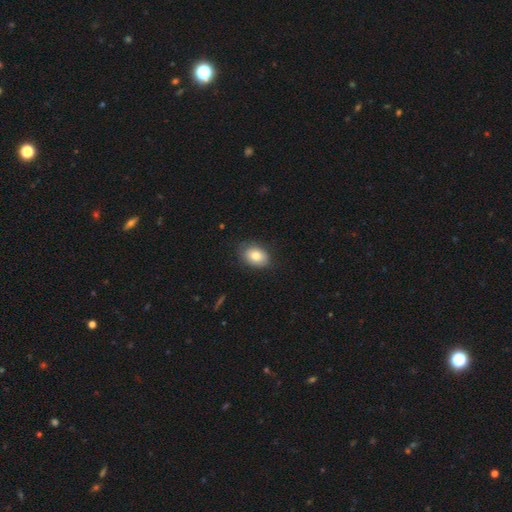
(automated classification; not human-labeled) Q: Smooth or featured?
A: smooth (81%); runner-up: featured or disk (12%)
Q: How rounded?
A: in between (74%); runner-up: round (25%)
Q: Merging?
A: none (79%); runner-up: minor disturbance (17%)